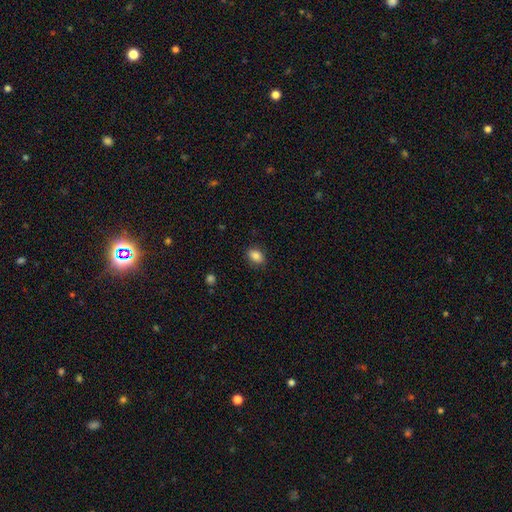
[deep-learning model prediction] Smooth or featured?
  - smooth: 87% *
  - star or artifact: 9%
  - featured or disk: 5%
How rounded?
  - in between: 81% *
  - round: 18%
  - cigar-shaped: 1%
Merging?
  - none: 87% *
  - minor disturbance: 10%
  - major disturbance: 2%
  - merger: 1%